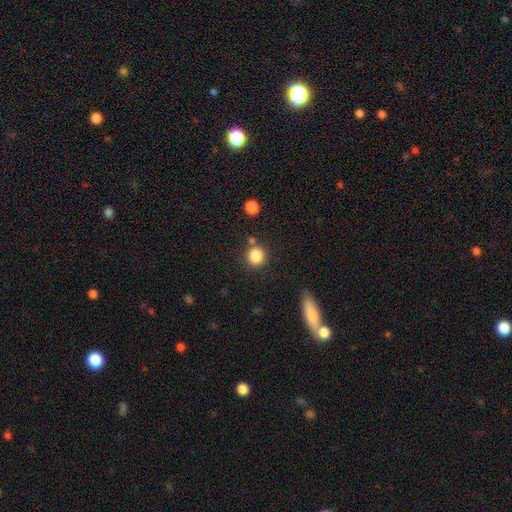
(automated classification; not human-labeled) A smooth galaxy with no disk features (85%) that is round (91%). Merging: none (78%).